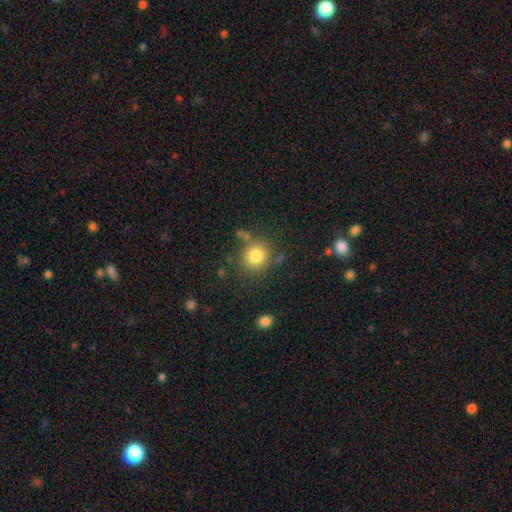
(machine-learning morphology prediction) smooth 81%, star or artifact 11%, featured or disk 8%. Down the decision tree: how rounded — round (83%); merging — none (78%).